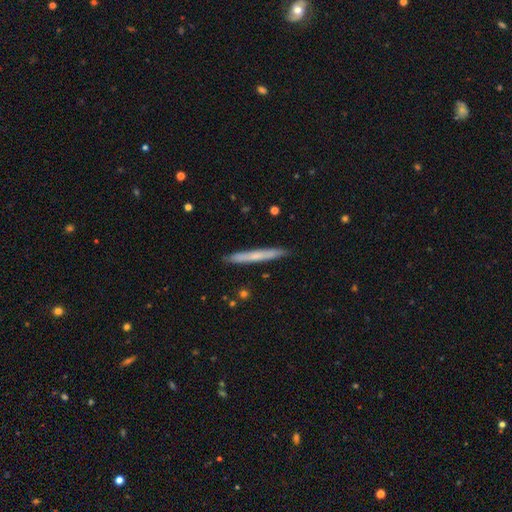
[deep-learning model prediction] Smooth or featured? Predicted: smooth (p=0.57). How rounded? Predicted: cigar-shaped (p=0.97). Merging? Predicted: none (p=0.91).